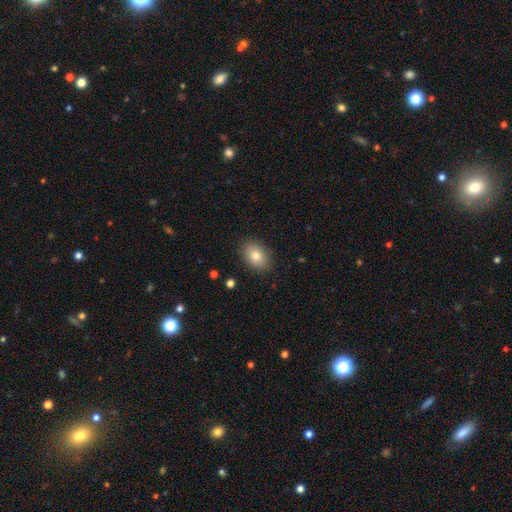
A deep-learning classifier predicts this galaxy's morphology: Smooth or featured? Predicted: smooth (p=0.81). How rounded? Predicted: in between (p=0.80). Merging? Predicted: none (p=0.88).